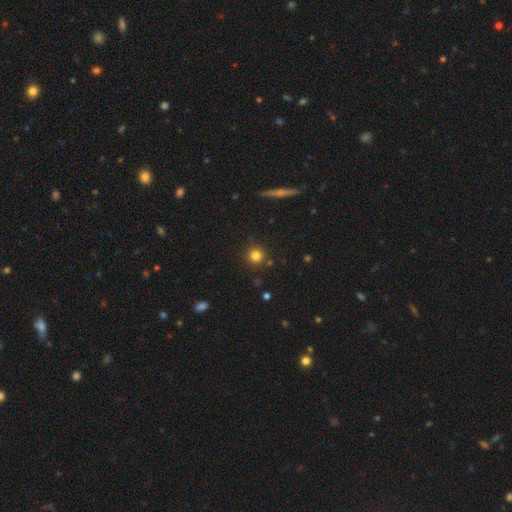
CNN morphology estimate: Smooth or featured? Predicted: smooth (p=0.81). How rounded? Predicted: round (p=0.94). Merging? Predicted: none (p=0.88).